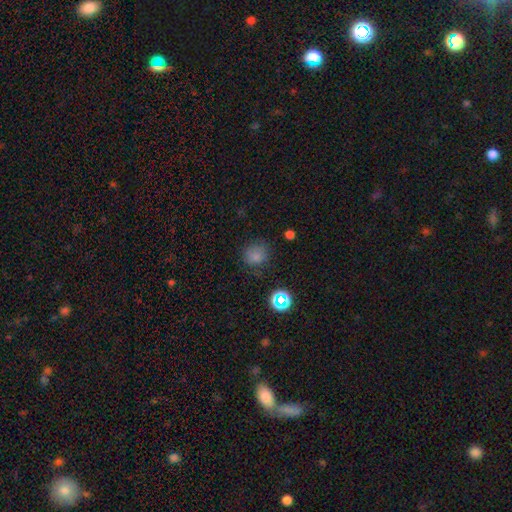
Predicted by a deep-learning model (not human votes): Smooth or featured? smooth (75%)
How rounded? round (82%)
Merging? none (71%)